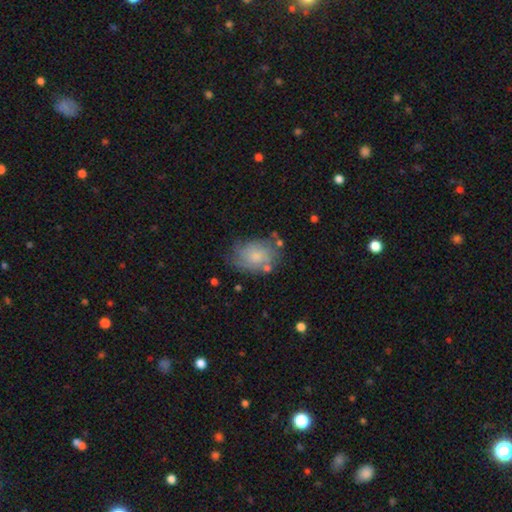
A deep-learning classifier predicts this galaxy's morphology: This is possibly a smooth galaxy (50%). Merging: possibly none (56%).